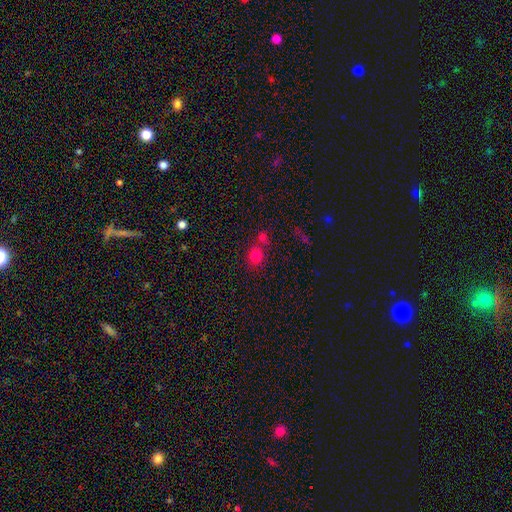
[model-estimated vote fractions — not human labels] Smooth or featured? Predicted: smooth (p=0.78). How rounded? Predicted: round (p=0.77). Merging? Predicted: none (p=0.62).